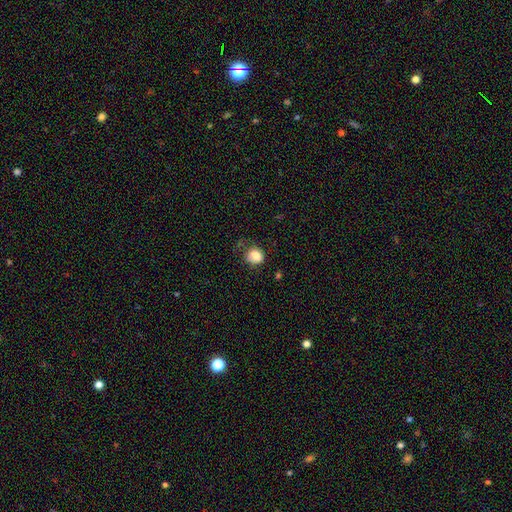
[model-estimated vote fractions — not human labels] This appears to be a smooth galaxy with no disk features (81%) that is round (56%). Merging: none (52%).